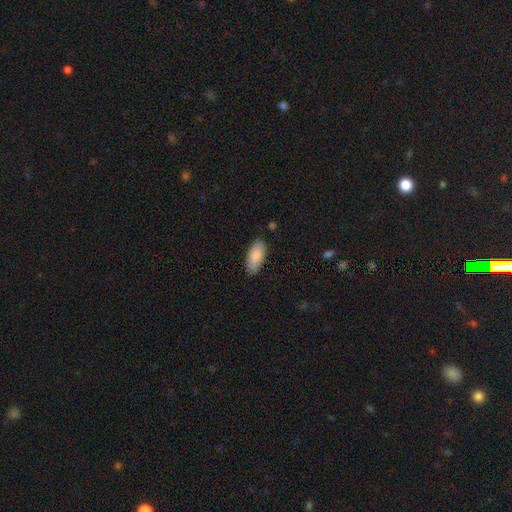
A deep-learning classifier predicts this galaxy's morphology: This is clearly a smooth galaxy (88%). How rounded: clearly in between (89%). Merging: clearly none (83%).